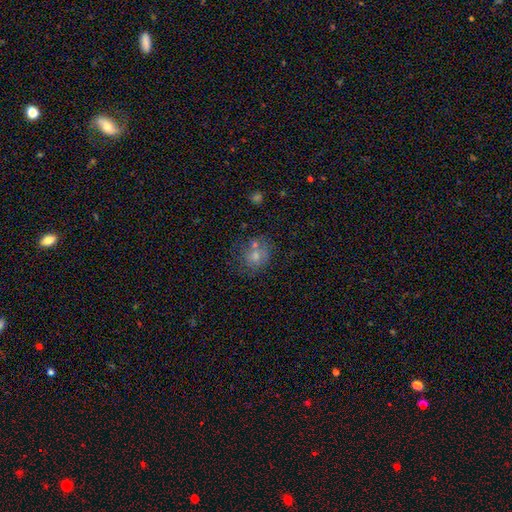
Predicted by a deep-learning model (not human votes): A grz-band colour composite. It shows a smooth galaxy with no disk features (51%) that is round (72%). Merging: none (62%).